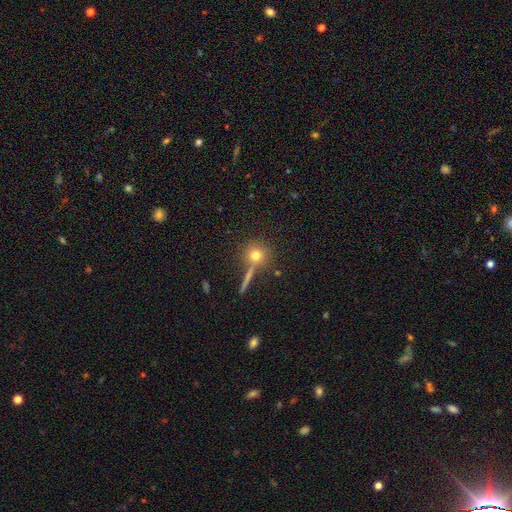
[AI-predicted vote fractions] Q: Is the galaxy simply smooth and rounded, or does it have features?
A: smooth — 71%.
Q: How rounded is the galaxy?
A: round — 92%.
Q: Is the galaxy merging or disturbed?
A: none — 72%.